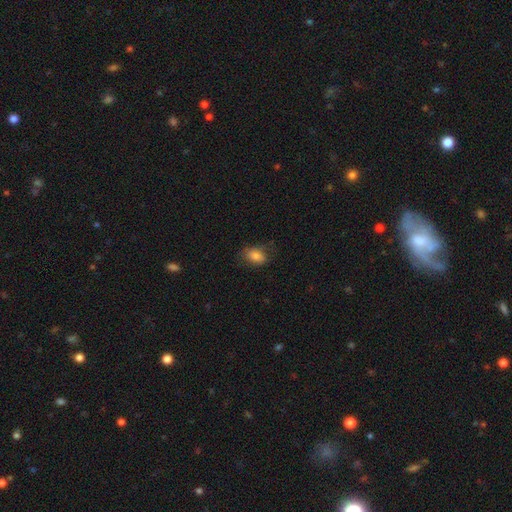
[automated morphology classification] Smooth or featured? smooth (81%)
How rounded? in between (85%)
Merging? none (66%)